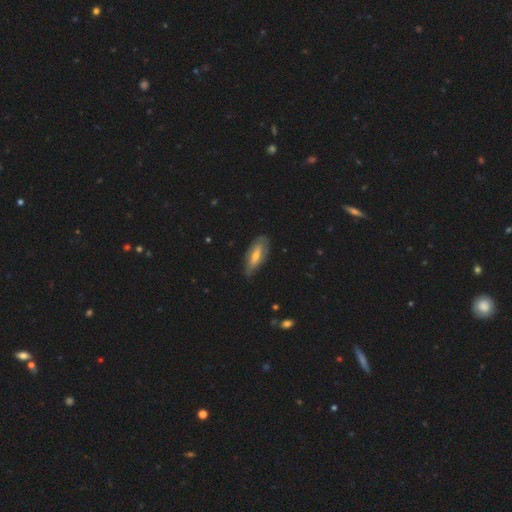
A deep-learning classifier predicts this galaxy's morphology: type=smooth (48%); merging=none (74%).